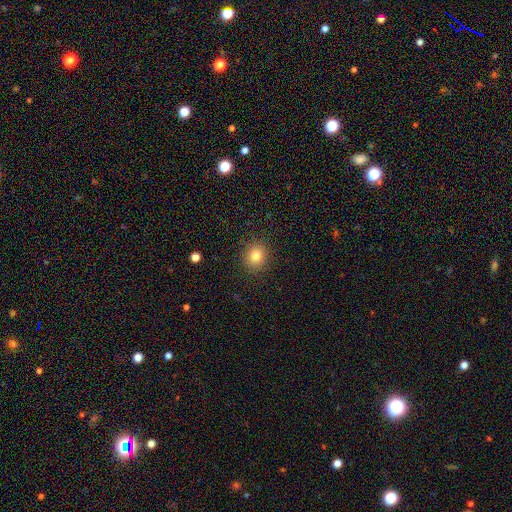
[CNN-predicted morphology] Smooth or featured?
  - smooth: 80% *
  - star or artifact: 12%
  - featured or disk: 7%
How rounded?
  - round: 79% *
  - in between: 20%
  - cigar-shaped: 1%
Merging?
  - none: 90% *
  - minor disturbance: 7%
  - major disturbance: 2%
  - merger: 1%